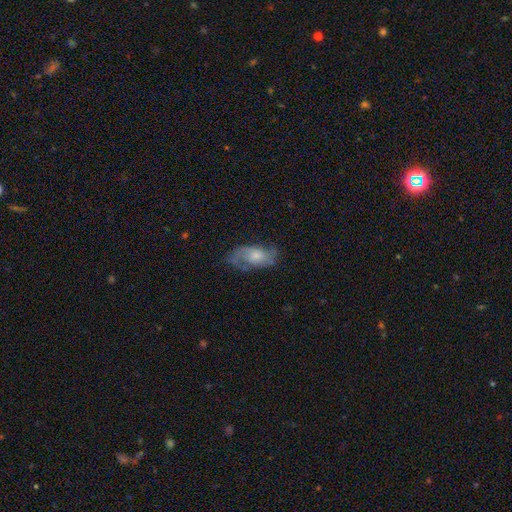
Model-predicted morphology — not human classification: type=featured or disk (60%); edge-on=no (94%); bar=no (71%); spiral arms=yes (84%); bulge=moderate (40%, tied with small); merging=none (56%).